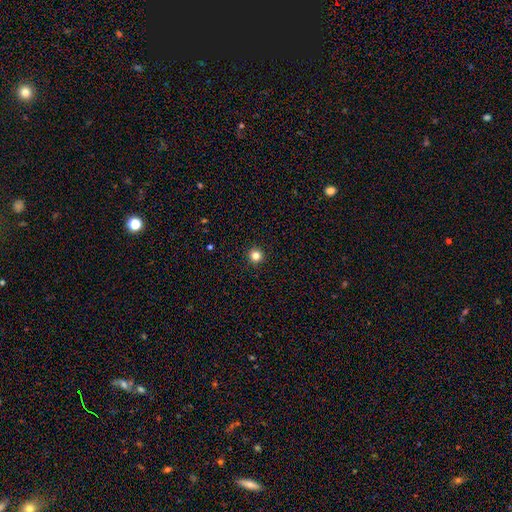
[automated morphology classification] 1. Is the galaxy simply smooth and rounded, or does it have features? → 82% smooth, 13% star or artifact, 5% featured or disk.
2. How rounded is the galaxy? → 96% round, 3% in between, 1% cigar-shaped.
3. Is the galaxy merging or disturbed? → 93% none, 4% minor disturbance, 1% major disturbance, 1% merger.